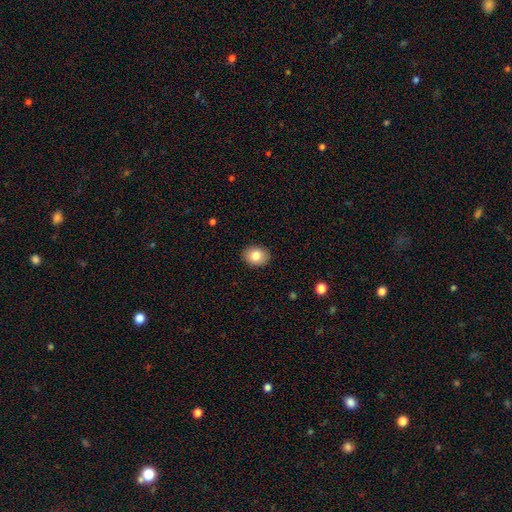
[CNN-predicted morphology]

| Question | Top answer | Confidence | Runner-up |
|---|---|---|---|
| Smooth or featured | smooth | 82% | featured or disk (10%) |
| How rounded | in between | 56% | round (43%) |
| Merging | none | 90% | minor disturbance (7%) |